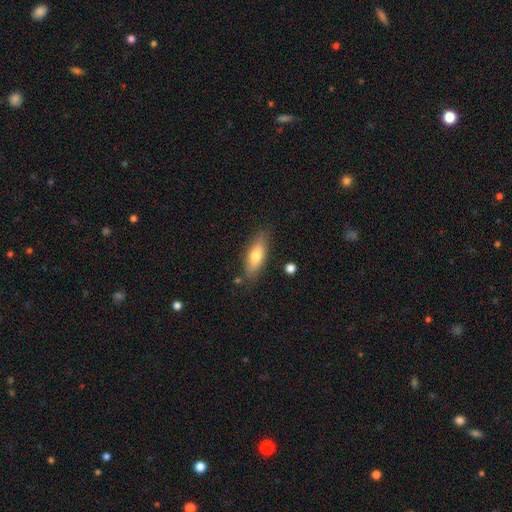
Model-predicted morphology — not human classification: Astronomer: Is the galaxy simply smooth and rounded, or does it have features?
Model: smooth — 69%.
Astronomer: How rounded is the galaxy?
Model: in between — 60% (runner-up: cigar-shaped, 38%).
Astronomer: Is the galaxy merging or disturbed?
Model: none — 81%.